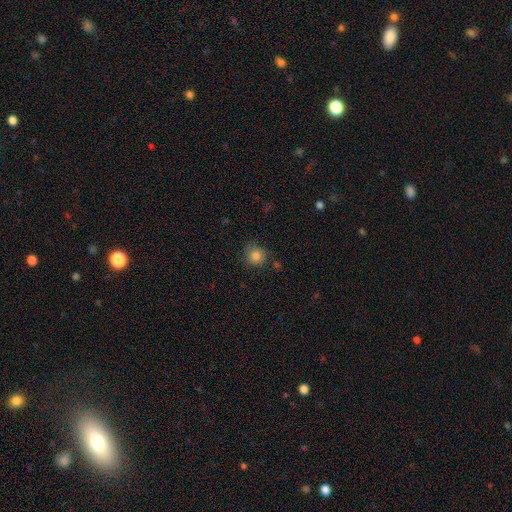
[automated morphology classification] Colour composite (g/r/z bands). It shows a smooth galaxy with no disk features (82%) that is round (85%). Merging: none (70%).